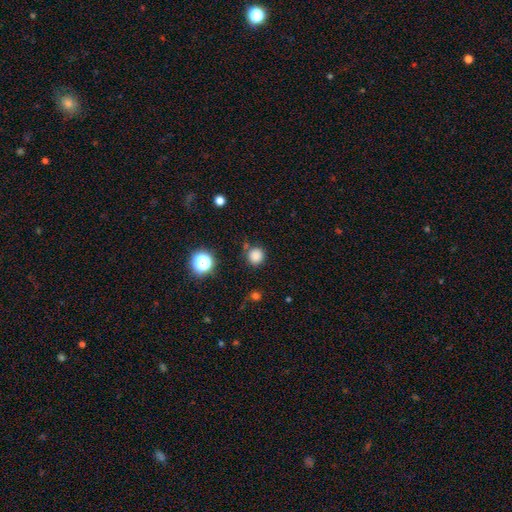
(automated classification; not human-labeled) Q: Smooth or featured?
A: smooth (81%); runner-up: star or artifact (15%)
Q: How rounded?
A: round (92%); runner-up: in between (7%)
Q: Merging?
A: none (81%); runner-up: minor disturbance (10%)